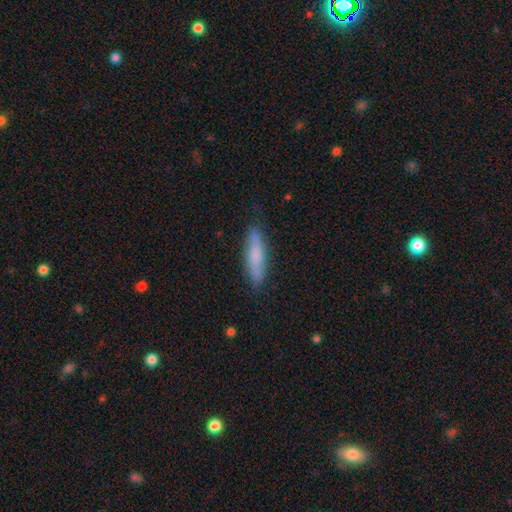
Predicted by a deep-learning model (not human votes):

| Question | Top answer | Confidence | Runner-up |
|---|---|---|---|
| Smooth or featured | smooth | 70% | featured or disk (24%) |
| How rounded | cigar-shaped | 79% | in between (19%) |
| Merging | none | 84% | minor disturbance (13%) |